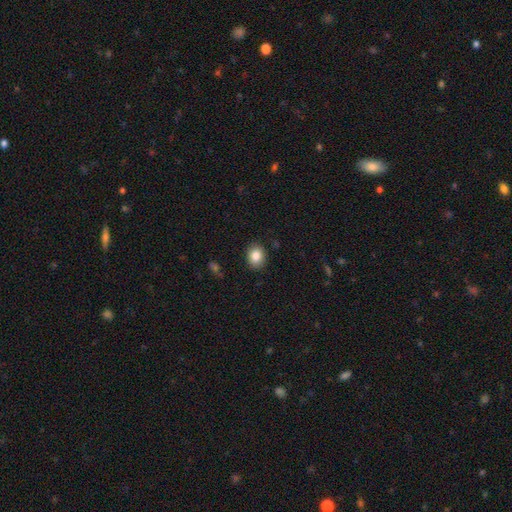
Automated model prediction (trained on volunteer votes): A smooth galaxy with no disk features (85%) that is round (50%). Merging: none (89%).